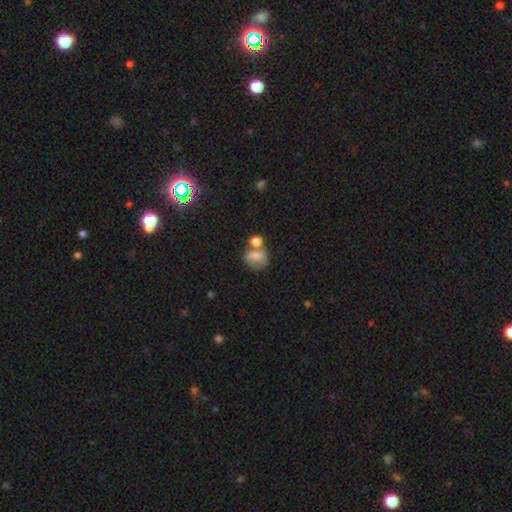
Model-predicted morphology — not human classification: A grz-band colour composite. It shows a smooth galaxy with no disk features (69%) that is round (59%). Merging: none (36%).